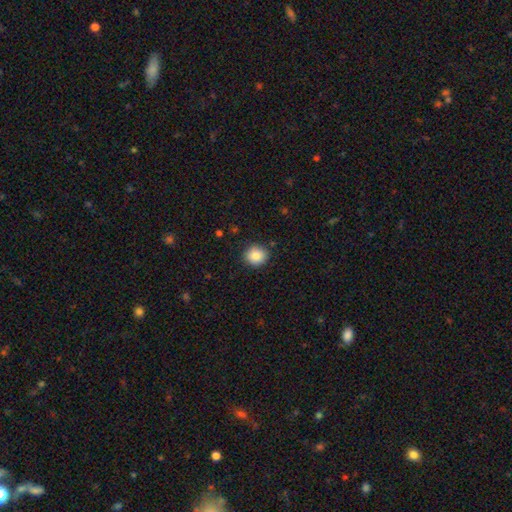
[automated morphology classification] Overall: smooth (86%). How rounded: round (86%). Merging: none (88%).